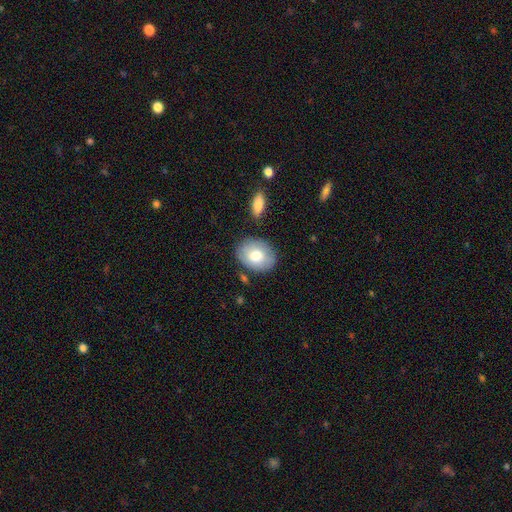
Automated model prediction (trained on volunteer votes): This is likely a smooth galaxy (72%). How rounded: likely in between (61%). Merging: likely none (79%).